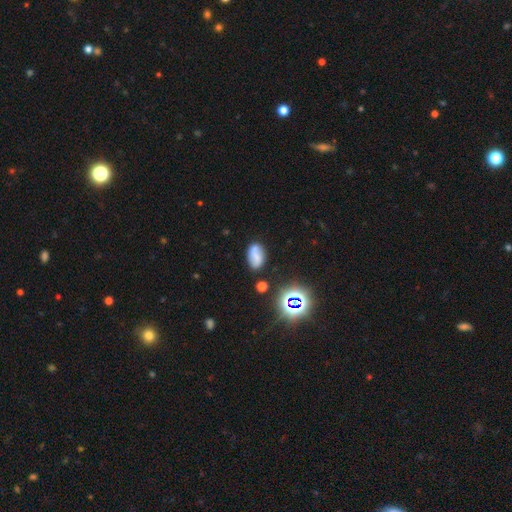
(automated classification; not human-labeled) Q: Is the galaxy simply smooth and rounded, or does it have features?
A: smooth — 53%.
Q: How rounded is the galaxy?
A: in between — 87%.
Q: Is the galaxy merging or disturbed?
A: none — 71%.